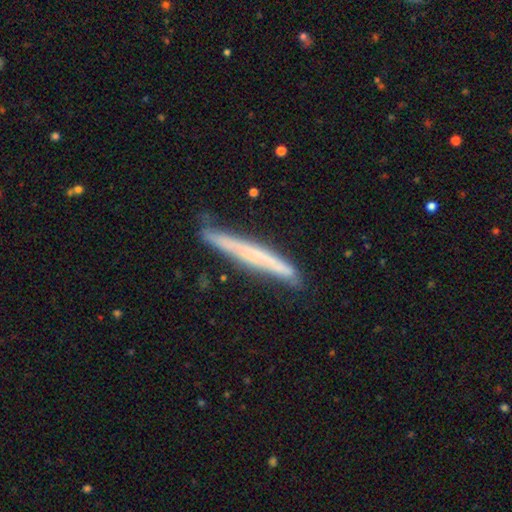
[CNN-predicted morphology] Smooth or featured?
  - featured or disk: 50% *
  - smooth: 43%
  - star or artifact: 7%
Edge-on disk?
  - yes: 90% *
  - no: 10%
Merging?
  - none: 71% *
  - minor disturbance: 22%
  - major disturbance: 4%
  - merger: 3%